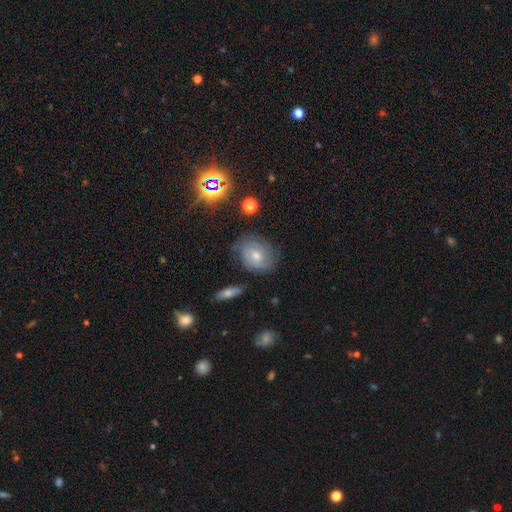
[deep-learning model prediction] The model was most divided on "bar": no: 57%, weak: 34%, strong: 8%. More confident: edge-on disk — no (95%); spiral arms — yes (85%); merging — none (73%); bulge size — moderate (63%); smooth or featured — featured or disk (59%).